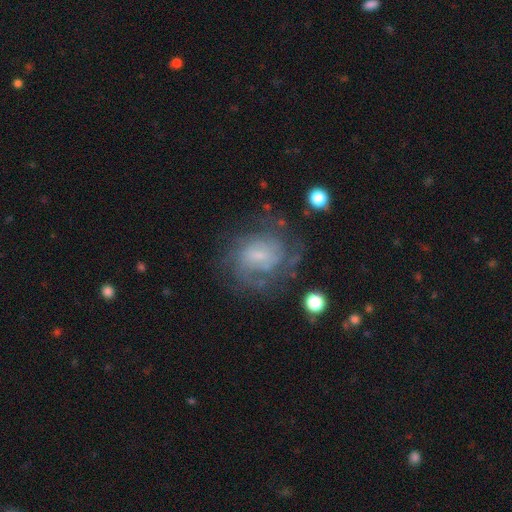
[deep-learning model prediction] smooth-or-featured: featured or disk: 72% | smooth: 19% | star or artifact: 9%
  disk-edge-on: no: 98% | yes: 2%
    bar: weak: 53% | no: 38% | strong: 10%
    has-spiral-arms: yes: 85% | no: 15%
      spiral-winding: tight: 51% | medium: 36% | loose: 13%
      spiral-arm-count: can't tell: 49% | 2: 17% | 3: 14% | 4: 9% | 1: 5% | more than 4: 5%
    bulge-size: small: 55% | moderate: 23% | none: 18% | large: 3% | dominant: 1%
  merging: none: 62% | minor disturbance: 19% | major disturbance: 16% | merger: 2%